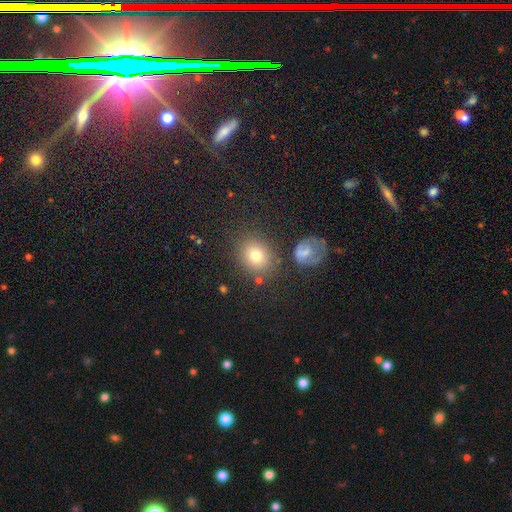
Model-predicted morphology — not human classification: smooth-or-featured: smooth: 75% | star or artifact: 15% | featured or disk: 10%
  how-rounded: round: 70% | in between: 29% | cigar-shaped: 1%
  merging: none: 78% | minor disturbance: 11% | merger: 6% | major disturbance: 5%